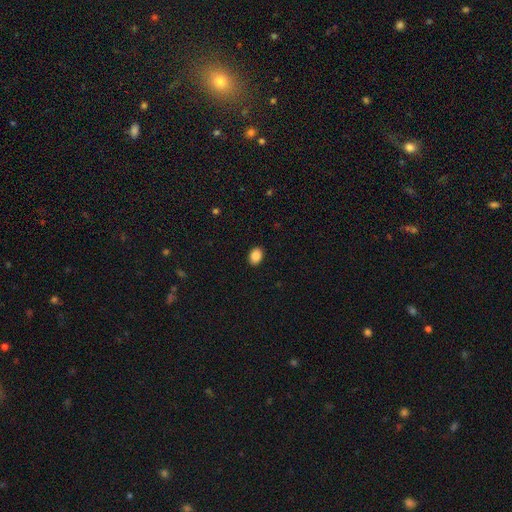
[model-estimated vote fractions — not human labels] Smooth or featured? Predicted: smooth (p=0.87). How rounded? Predicted: in between (p=0.77). Merging? Predicted: none (p=0.91).